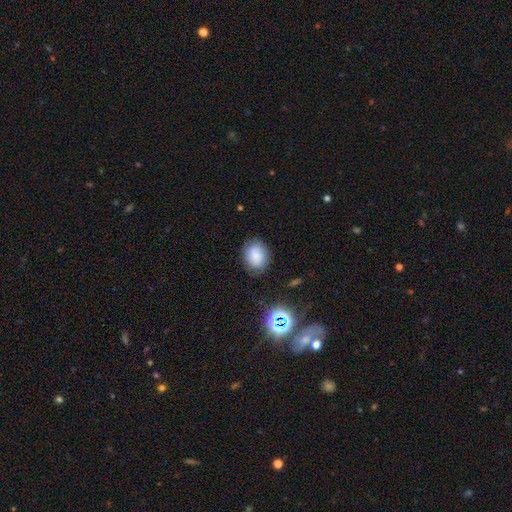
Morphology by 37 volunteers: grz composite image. It shows a smooth galaxy with no disk features (84%) that is round (58%). Merging: none (81%).